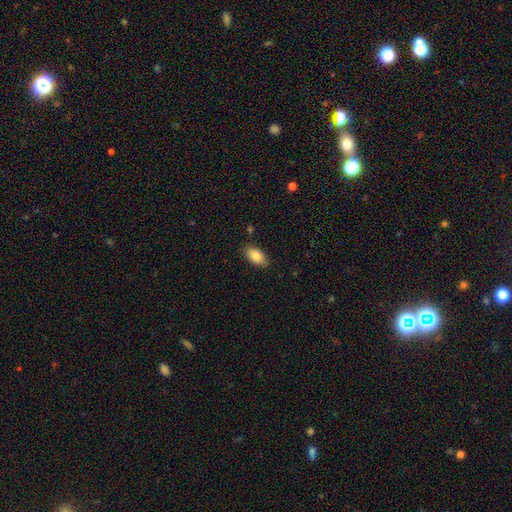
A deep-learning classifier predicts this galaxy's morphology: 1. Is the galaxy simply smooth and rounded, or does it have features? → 86% smooth, 7% featured or disk, 7% star or artifact.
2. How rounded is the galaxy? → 93% in between, 4% round, 2% cigar-shaped.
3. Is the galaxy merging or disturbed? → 85% none, 11% minor disturbance, 2% major disturbance, 1% merger.